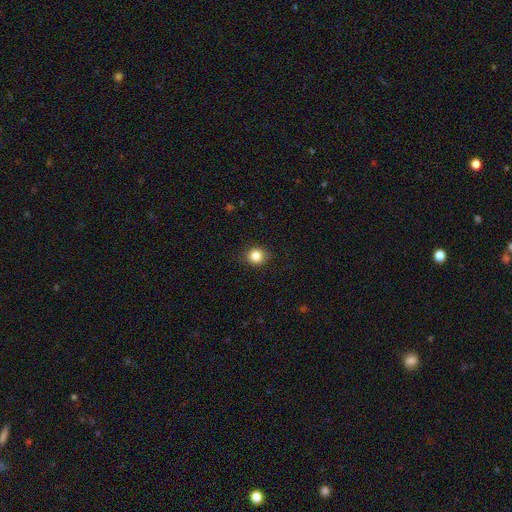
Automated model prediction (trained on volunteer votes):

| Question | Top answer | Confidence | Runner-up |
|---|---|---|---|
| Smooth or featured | smooth | 84% | star or artifact (10%) |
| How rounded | round | 83% | in between (16%) |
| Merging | none | 88% | minor disturbance (9%) |